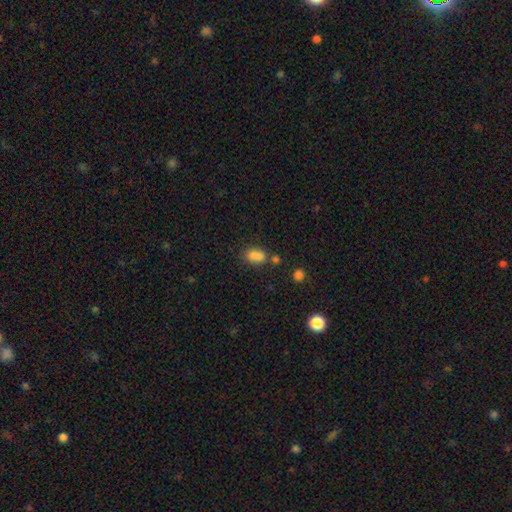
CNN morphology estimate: type=smooth (77%); roundness=in between (73%); merging=none (41%).